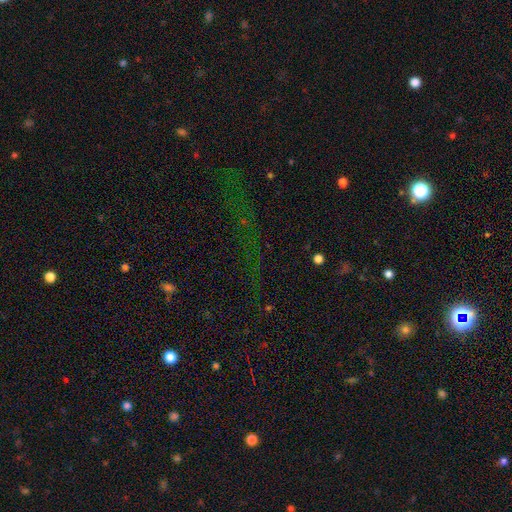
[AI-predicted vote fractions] Morphology: type=star or artifact (69%).